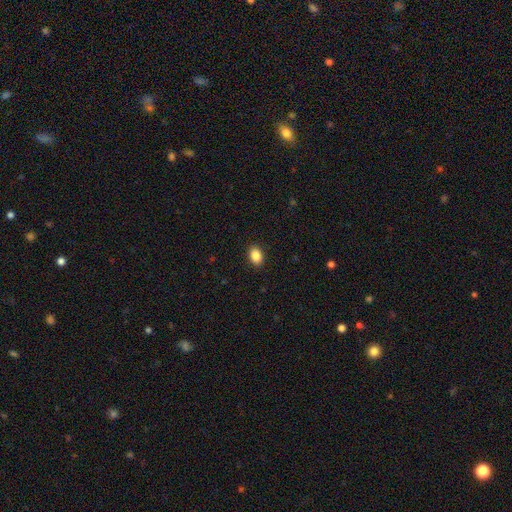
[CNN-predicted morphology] smooth_or_featured: smooth (p=0.88) [alt: star or artifact p=0.08]
how_rounded: in between (p=0.79) [alt: round p=0.20]
merging: none (p=0.90) [alt: minor disturbance p=0.07]